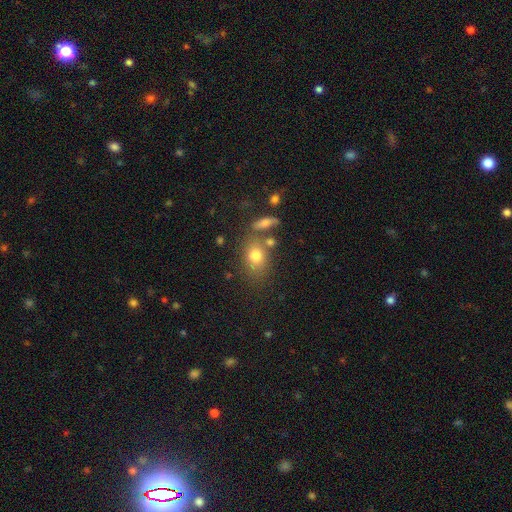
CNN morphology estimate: Overall: smooth (77%). How rounded: in between (66%; round 32%). Merging: none (64%).